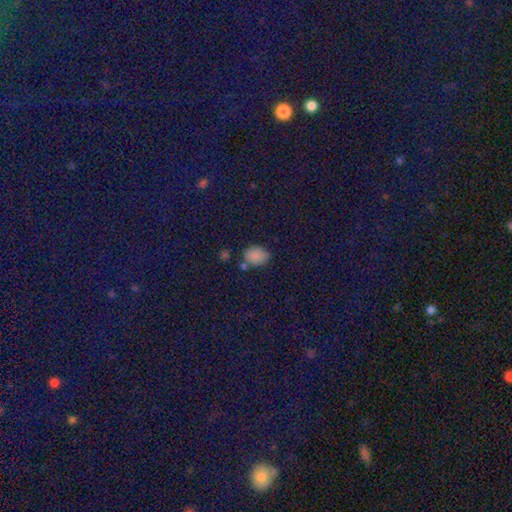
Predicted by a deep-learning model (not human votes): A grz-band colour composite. It shows a smooth galaxy with no disk features (78%) that is in between round and cigar-shaped (72%). Merging: none (67%).